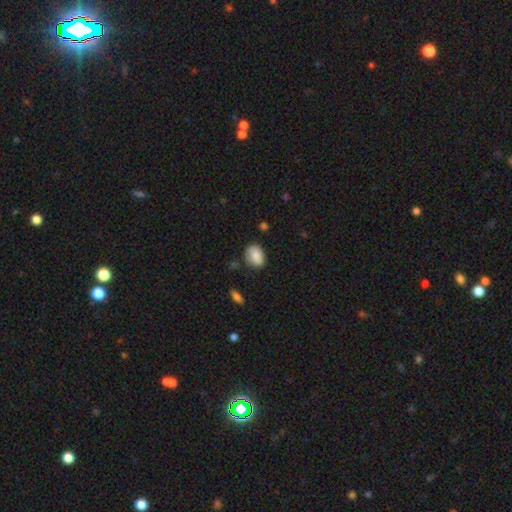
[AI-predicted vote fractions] smooth-or-featured: smooth: 79% | featured or disk: 13% | star or artifact: 8%
  how-rounded: in between: 71% | round: 28% | cigar-shaped: 1%
  merging: none: 66% | minor disturbance: 25% | major disturbance: 6% | merger: 3%